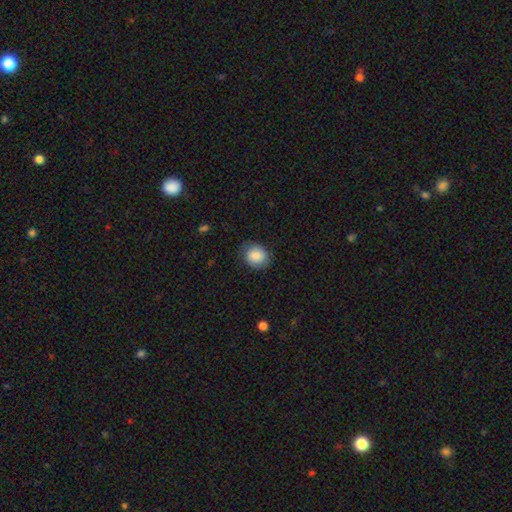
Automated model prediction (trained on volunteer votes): smooth 83%, featured or disk 9%, star or artifact 8%. Down the decision tree: how rounded — round (62%); merging — none (77%).